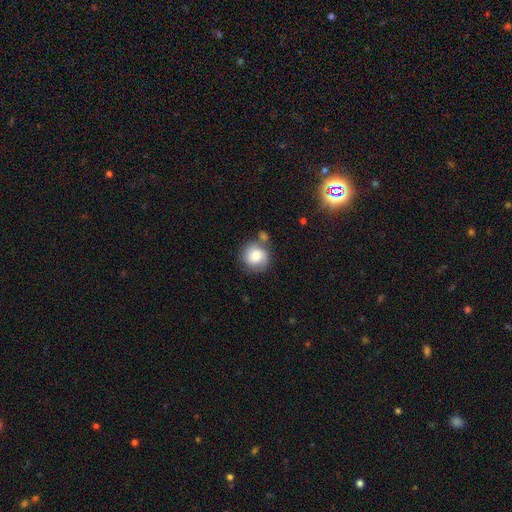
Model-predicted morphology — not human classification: Smooth or featured? Predicted: smooth (p=0.76). How rounded? Predicted: round (p=0.89). Merging? Predicted: none (p=0.61).